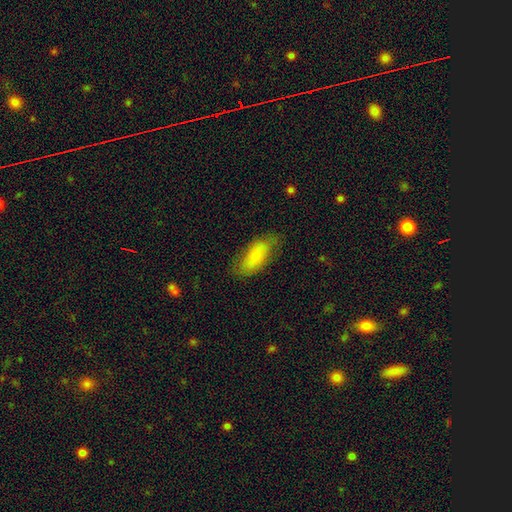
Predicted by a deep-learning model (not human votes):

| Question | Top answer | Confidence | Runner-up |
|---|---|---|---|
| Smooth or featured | smooth | 66% | featured or disk (27%) |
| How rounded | in between | 86% | cigar-shaped (10%) |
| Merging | none | 72% | minor disturbance (20%) |